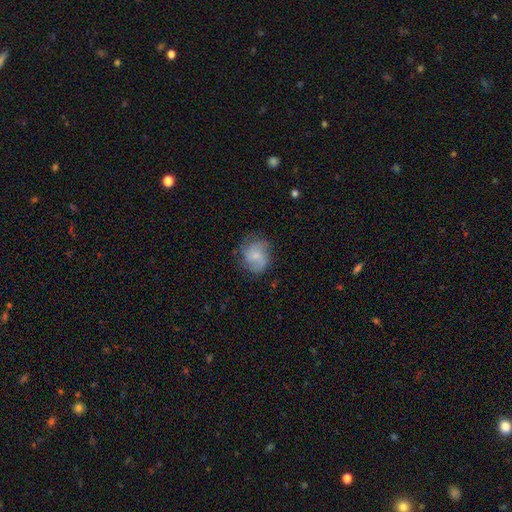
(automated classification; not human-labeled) Q: Smooth or featured?
A: featured or disk (49%); runner-up: smooth (43%)
Q: Merging?
A: none (67%); runner-up: minor disturbance (23%)